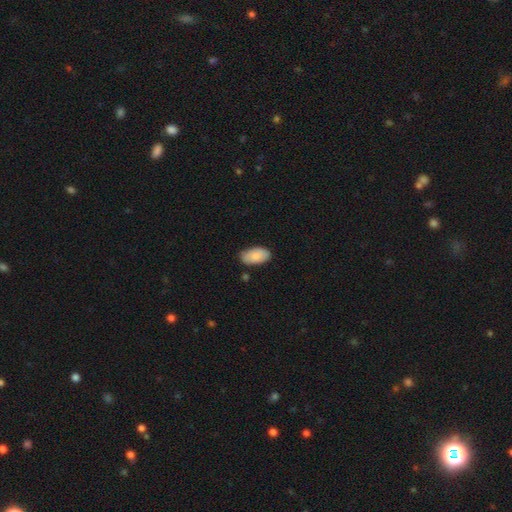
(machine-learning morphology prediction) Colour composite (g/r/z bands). It shows a smooth galaxy with no disk features (84%) that is in between round and cigar-shaped (95%). Merging: none (78%).